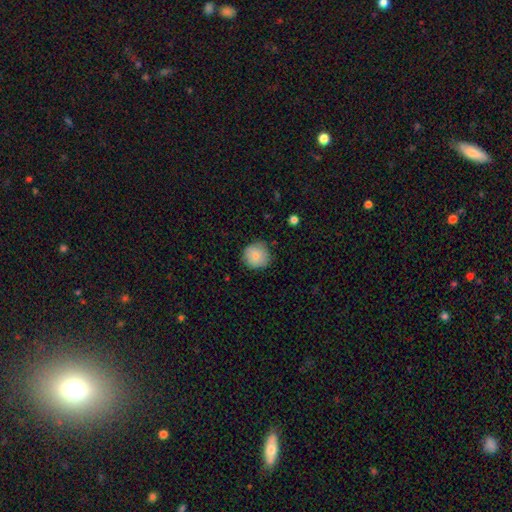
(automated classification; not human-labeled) smooth_or_featured: smooth (p=0.82) [alt: featured or disk p=0.09]
how_rounded: round (p=0.93) [alt: in between p=0.06]
merging: none (p=0.79) [alt: minor disturbance p=0.16]